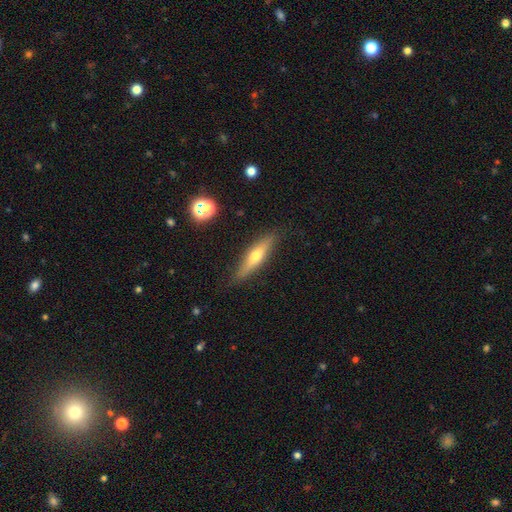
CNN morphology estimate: smooth 47%, featured or disk 46%, star or artifact 7%. Down the decision tree: merging — none (85%).